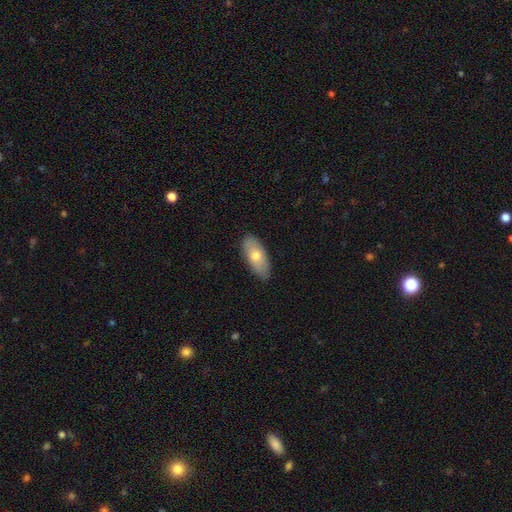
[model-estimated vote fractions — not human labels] A smooth galaxy with no disk features (69%) that is in between round and cigar-shaped (88%). Merging: none (84%).